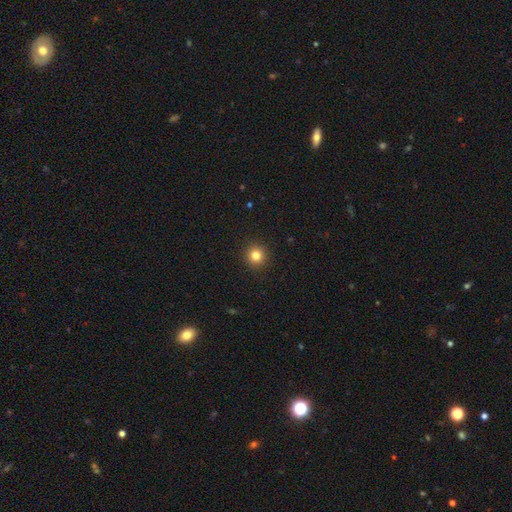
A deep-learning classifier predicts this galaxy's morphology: Smooth or featured?
  - smooth: 82% *
  - star or artifact: 13%
  - featured or disk: 6%
How rounded?
  - round: 94% *
  - in between: 5%
  - cigar-shaped: 1%
Merging?
  - none: 93% *
  - minor disturbance: 5%
  - major disturbance: 2%
  - merger: 1%